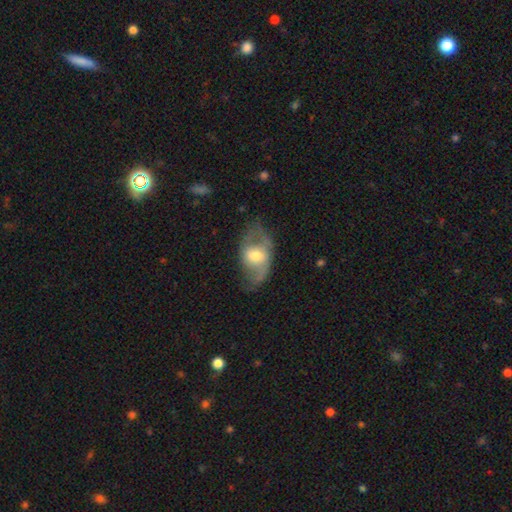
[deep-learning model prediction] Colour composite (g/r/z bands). It shows a featured or disk galaxy (62%) with a weak bar (46%), spiral arms (69%) and a moderate central bulge (60%). Merging: none (56%).